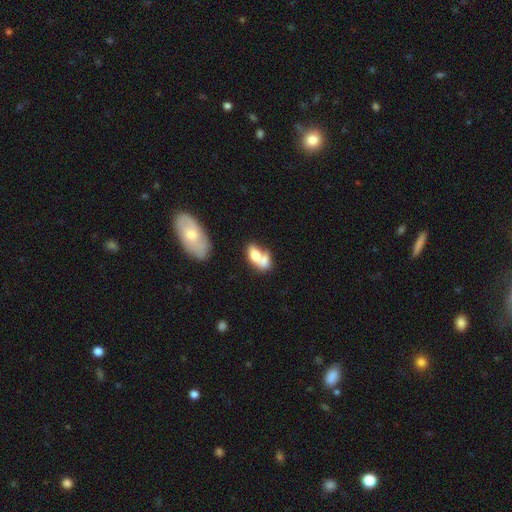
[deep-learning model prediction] Smooth or featured? Predicted: smooth (p=0.67). How rounded? Predicted: in between (p=0.84). Merging? Predicted: merger (p=0.63).